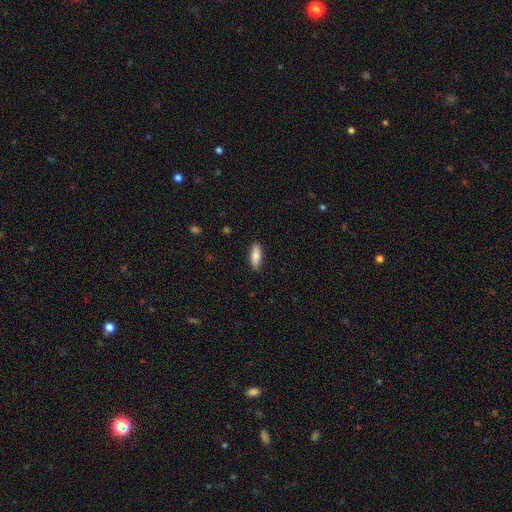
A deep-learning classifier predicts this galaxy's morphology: This appears to be a smooth galaxy with no disk features (78%) that is in between round and cigar-shaped (67%). Merging: none (87%).